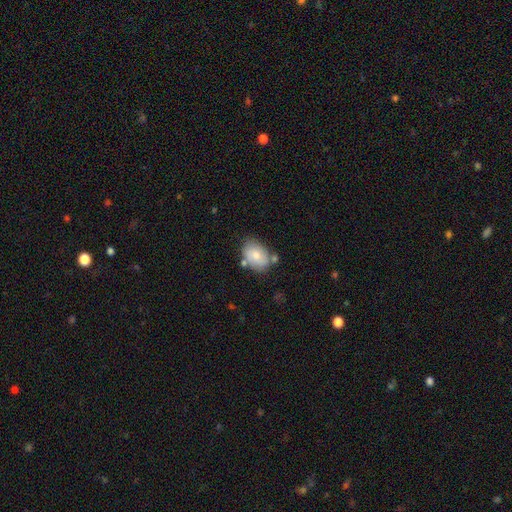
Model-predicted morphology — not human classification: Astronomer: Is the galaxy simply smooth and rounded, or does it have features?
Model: smooth — 72%.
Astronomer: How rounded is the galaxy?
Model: in between — 74%.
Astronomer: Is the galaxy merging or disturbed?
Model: none — 64%.